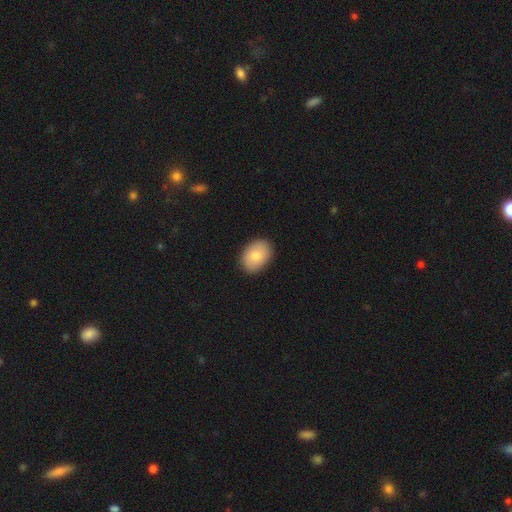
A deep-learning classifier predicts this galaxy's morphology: Overall: smooth (81%). How rounded: in between (76%). Merging: none (88%).